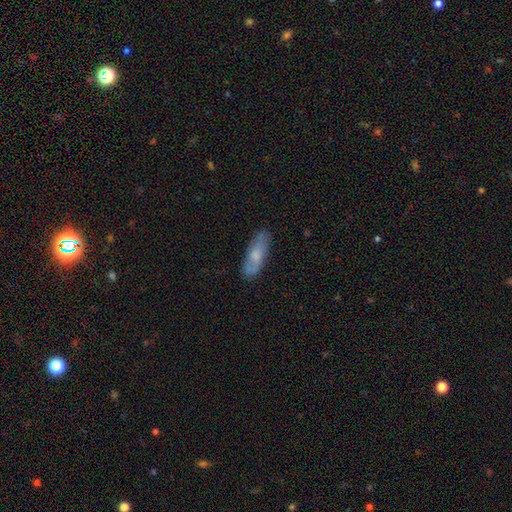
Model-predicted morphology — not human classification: smooth 57%, featured or disk 36%, star or artifact 7%. Down the decision tree: how rounded — in between (53%); merging — none (76%).